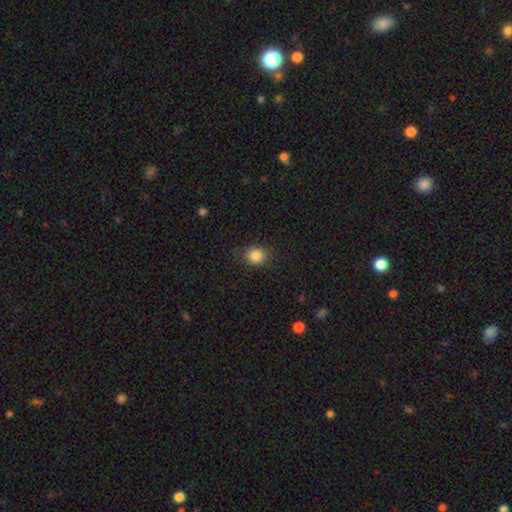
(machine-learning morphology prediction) smooth 85%, star or artifact 10%, featured or disk 5%. Down the decision tree: how rounded — round (76%); merging — none (80%).